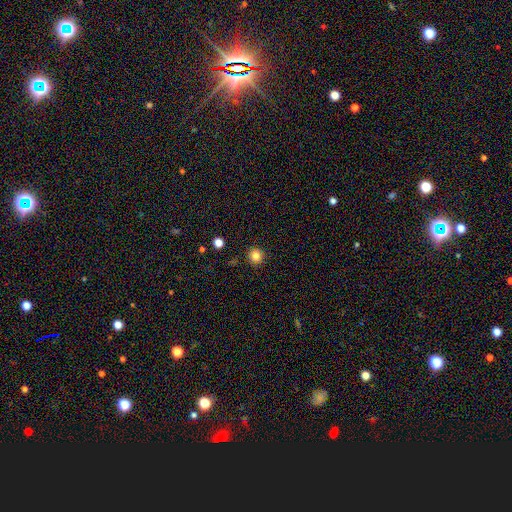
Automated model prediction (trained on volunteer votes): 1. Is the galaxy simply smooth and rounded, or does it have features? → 83% smooth, 12% star or artifact, 5% featured or disk.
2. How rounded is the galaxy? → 93% round, 6% in between, 1% cigar-shaped.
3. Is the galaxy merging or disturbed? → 91% none, 5% minor disturbance, 2% major disturbance, 2% merger.